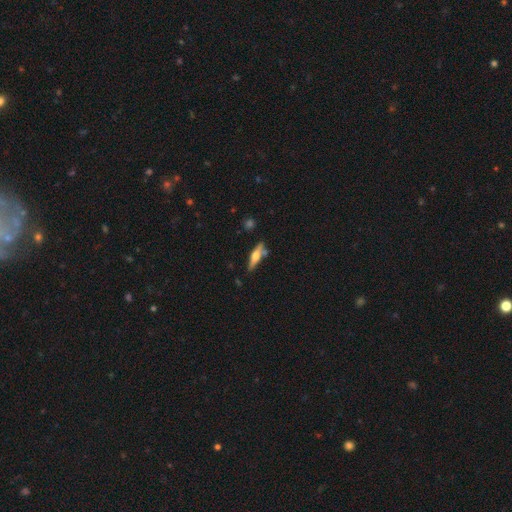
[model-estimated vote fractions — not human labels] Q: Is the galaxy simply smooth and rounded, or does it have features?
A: featured or disk — 50%.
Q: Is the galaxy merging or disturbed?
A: none — 68%.